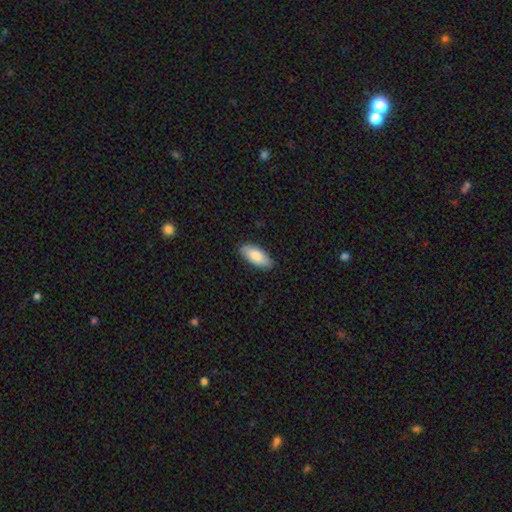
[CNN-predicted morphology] Smooth or featured?
  - smooth: 85% *
  - featured or disk: 10%
  - star or artifact: 5%
How rounded?
  - in between: 84% *
  - cigar-shaped: 15%
  - round: 2%
Merging?
  - none: 88% *
  - minor disturbance: 9%
  - major disturbance: 2%
  - merger: 1%